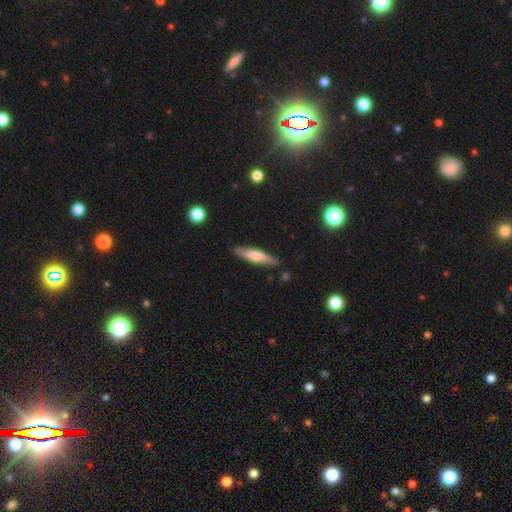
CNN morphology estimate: Smooth or featured? smooth (53%)
How rounded? cigar-shaped (81%)
Merging? none (86%)